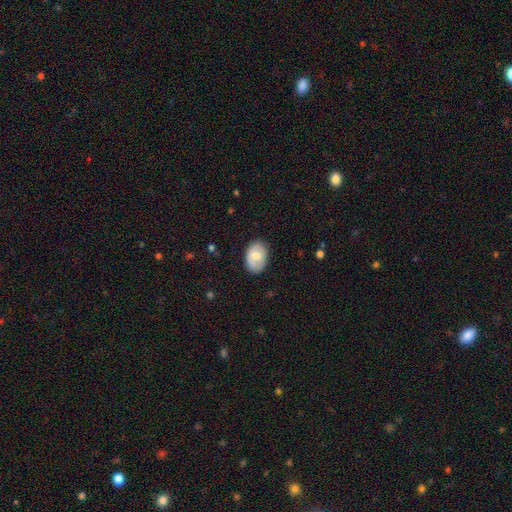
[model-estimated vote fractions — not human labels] The model was most divided on "smooth or featured": smooth: 71%, featured or disk: 23%, star or artifact: 6%. More confident: how rounded — in between (83%); merging — none (80%).